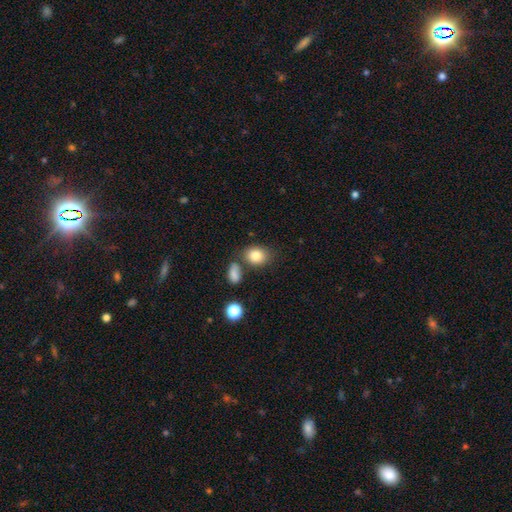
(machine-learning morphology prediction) smooth_or_featured: smooth (p=0.83) [alt: star or artifact p=0.09]
how_rounded: in between (p=0.56) [alt: round p=0.43]
merging: none (p=0.66) [alt: minor disturbance p=0.15]